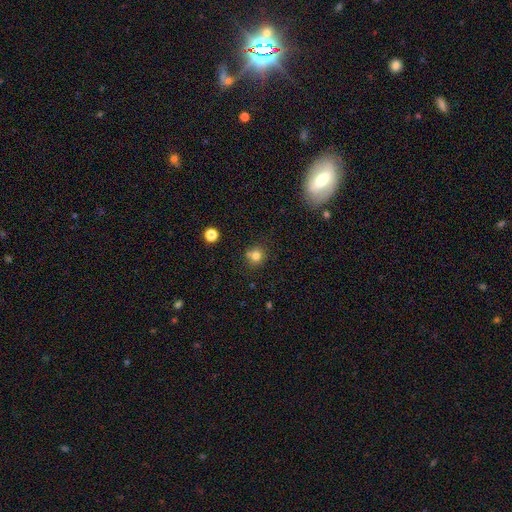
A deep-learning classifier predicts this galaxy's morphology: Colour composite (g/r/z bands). It shows a smooth galaxy with no disk features (79%) that is round (88%). Merging: none (69%).